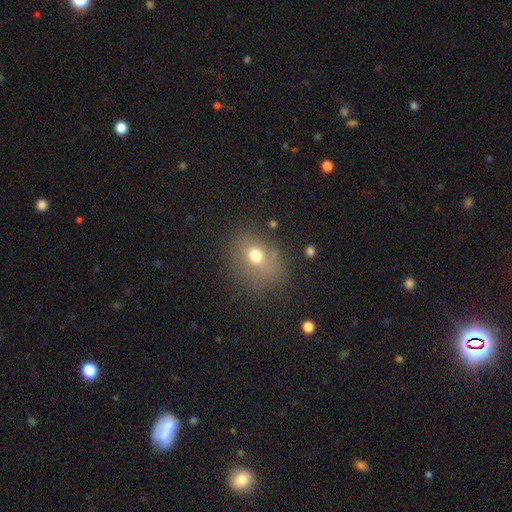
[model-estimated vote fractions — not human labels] Overall: smooth (70%). How rounded: round (53%; in between 46%). Merging: none (75%).